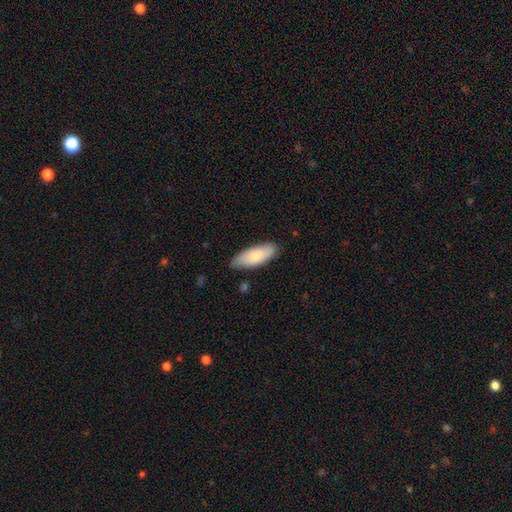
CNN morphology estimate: Smooth or featured: smooth — 80% (featured or disk — 14%)
How rounded: in between — 75% (cigar-shaped — 23%)
Merging: none — 79% (minor disturbance — 17%)